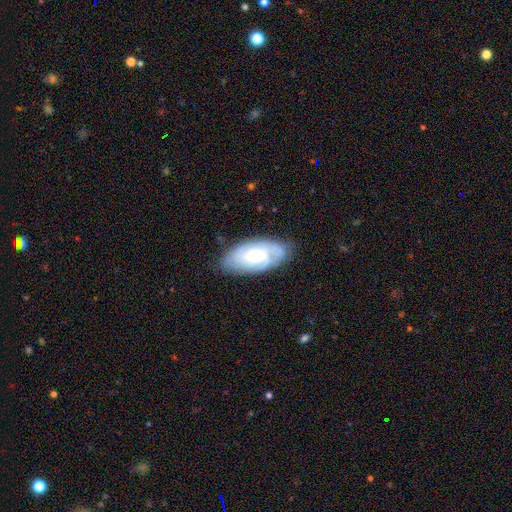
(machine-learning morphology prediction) Smooth or featured? featured or disk (65%)
Edge-on disk? no (93%)
Bar? no (67%)
Spiral arms? yes (86%)
Spiral winding? tight (61%)
Spiral arm count? can't tell (47%)
Bulge size? moderate (50%)
Merging? none (74%)